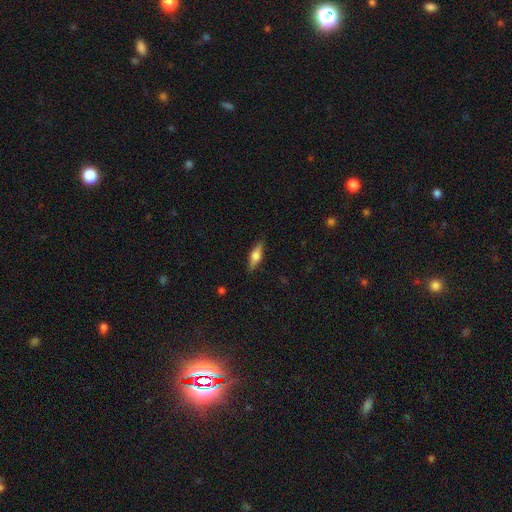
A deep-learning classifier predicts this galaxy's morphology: type=featured or disk (49%); merging=none (87%).